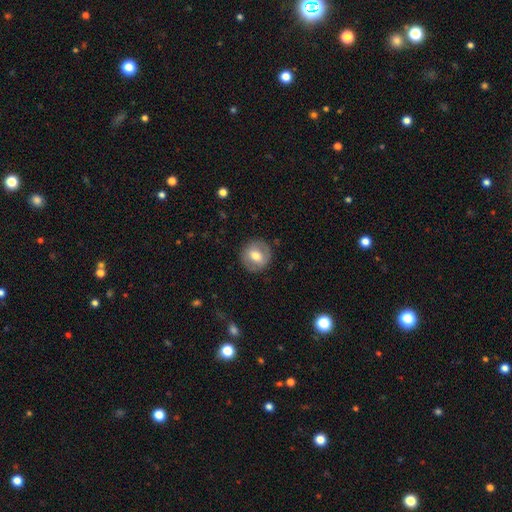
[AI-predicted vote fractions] Morphology: type=smooth (60%); roundness=round (89%); merging=none (86%).